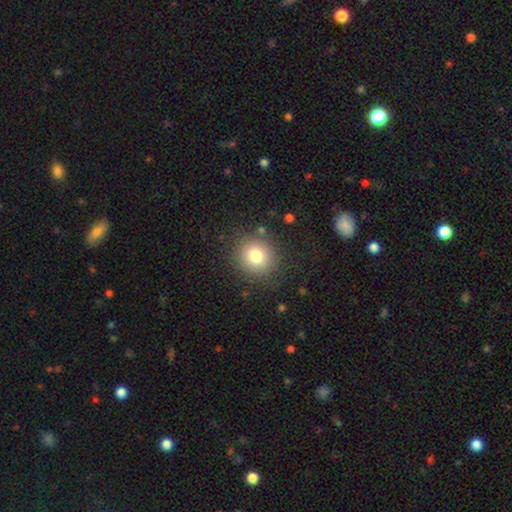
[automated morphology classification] Smooth or featured?
  - smooth: 78% *
  - star or artifact: 12%
  - featured or disk: 10%
How rounded?
  - round: 88% *
  - in between: 11%
  - cigar-shaped: 1%
Merging?
  - none: 85% *
  - minor disturbance: 9%
  - major disturbance: 4%
  - merger: 2%